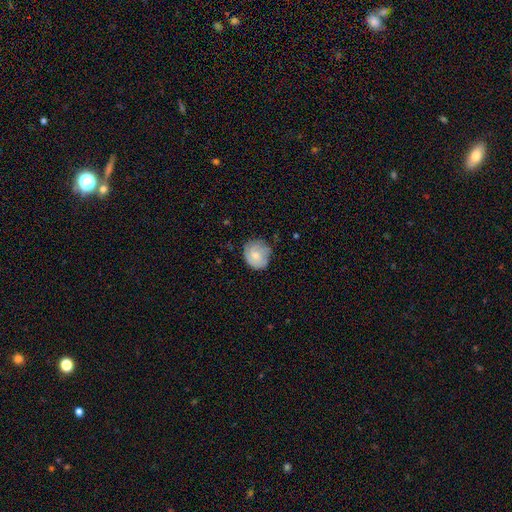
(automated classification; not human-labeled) Smooth or featured: smooth — 67% (featured or disk — 26%)
How rounded: round — 78% (in between — 21%)
Merging: none — 65% (minor disturbance — 27%)